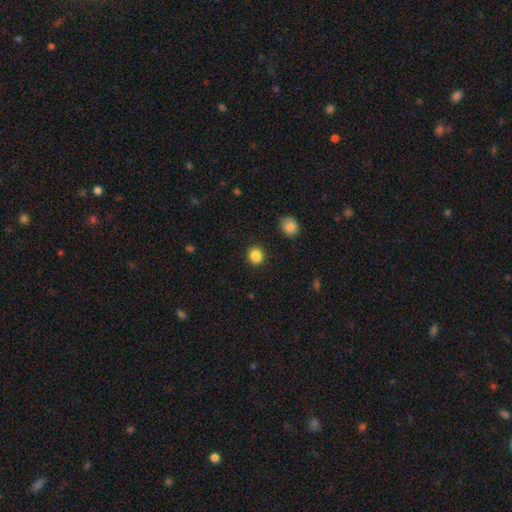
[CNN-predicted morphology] Smooth or featured? Predicted: smooth (p=0.86). How rounded? Predicted: round (p=0.85). Merging? Predicted: none (p=0.92).